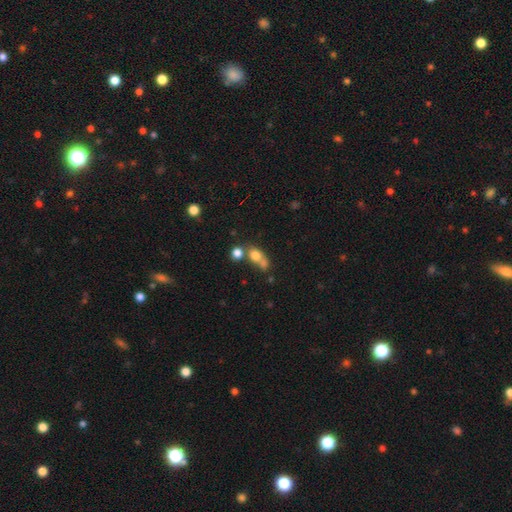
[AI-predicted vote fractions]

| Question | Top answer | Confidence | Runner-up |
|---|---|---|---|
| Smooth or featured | smooth | 72% | featured or disk (15%) |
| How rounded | round | 58% | in between (38%) |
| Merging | merger | 51% | none (31%) |